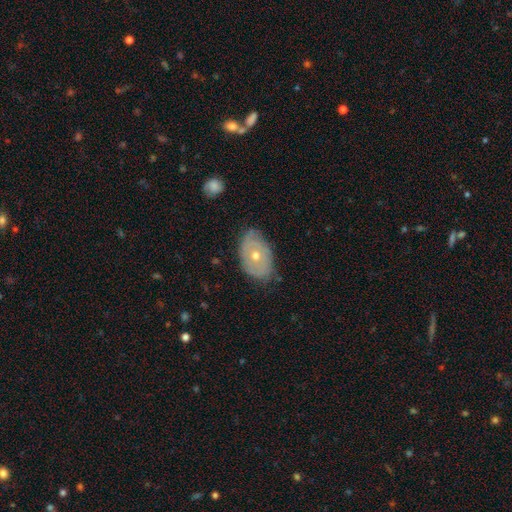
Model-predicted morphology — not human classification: This appears to be a featured or disk galaxy (57%) with no bar (88%), no spiral arms (54%) and a moderate central bulge (56%). Merging: none (70%).